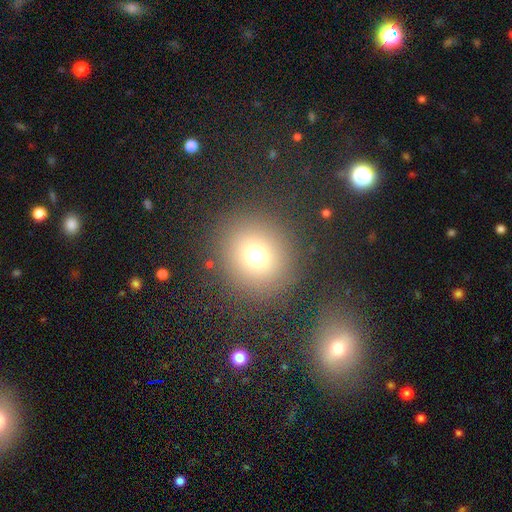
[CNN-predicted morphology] type=smooth (71%); roundness=round (89%); merging=none (85%).